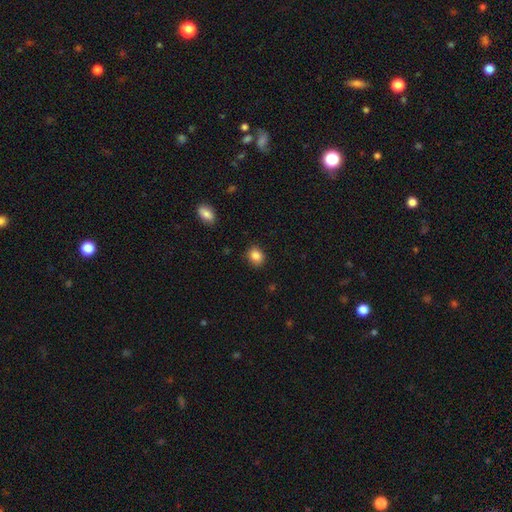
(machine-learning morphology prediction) Smooth or featured? smooth (87%)
How rounded? round (57%)
Merging? none (87%)